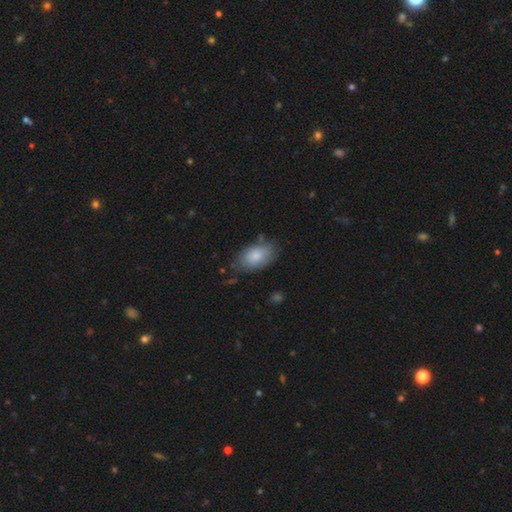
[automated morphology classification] The model was most divided on "merging": none: 70%, minor disturbance: 21%, major disturbance: 5%, merger: 3%. More confident: how rounded — in between (93%); smooth or featured — smooth (82%).